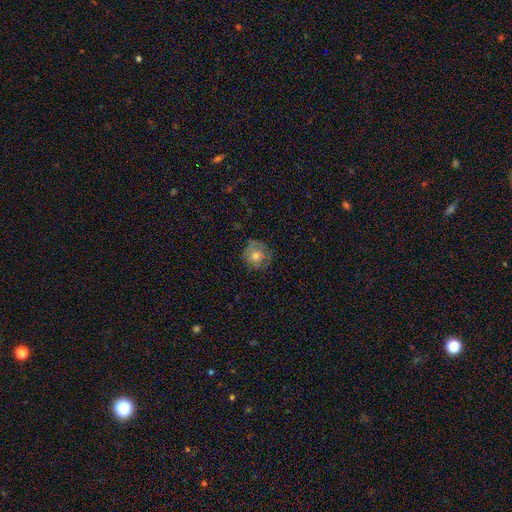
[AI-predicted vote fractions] smooth 66%, featured or disk 23%, star or artifact 12%. Down the decision tree: how rounded — round (84%); merging — none (70%).